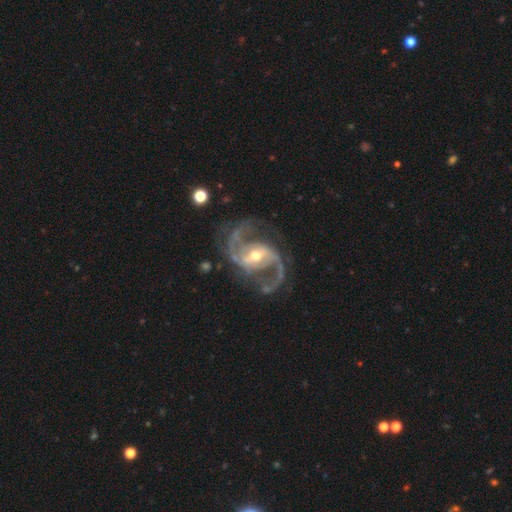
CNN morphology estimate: smooth_or_featured: featured or disk (p=0.93) [alt: star or artifact p=0.04]
disk_edge_on: no (p=0.98) [alt: yes p=0.02]
bar: weak (p=0.43) [alt: strong p=0.36]
has_spiral_arms: yes (p=0.98) [alt: no p=0.02]
spiral_winding: medium (p=0.56) [alt: loose p=0.34]
spiral_arm_count: 2 (p=0.91) [alt: 3 p=0.03]
bulge_size: moderate (p=0.58) [alt: small p=0.37]
merging: none (p=0.74) [alt: minor disturbance p=0.14]